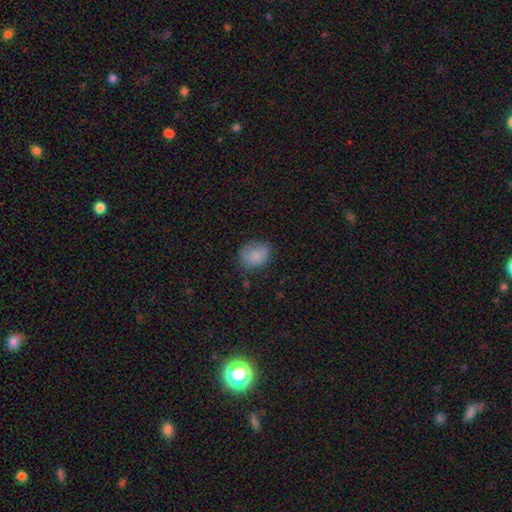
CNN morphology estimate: Smooth or featured? smooth (79%)
How rounded? round (51%)
Merging? none (62%)